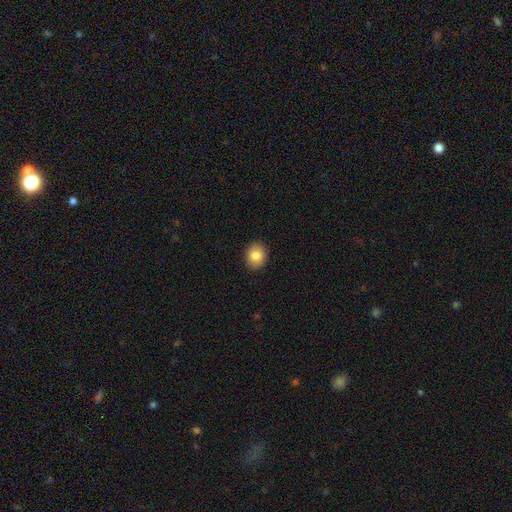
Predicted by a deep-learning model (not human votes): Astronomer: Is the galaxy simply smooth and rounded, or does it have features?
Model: smooth — 85%.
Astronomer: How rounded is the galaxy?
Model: round — 66%.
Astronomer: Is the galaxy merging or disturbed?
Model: none — 91%.